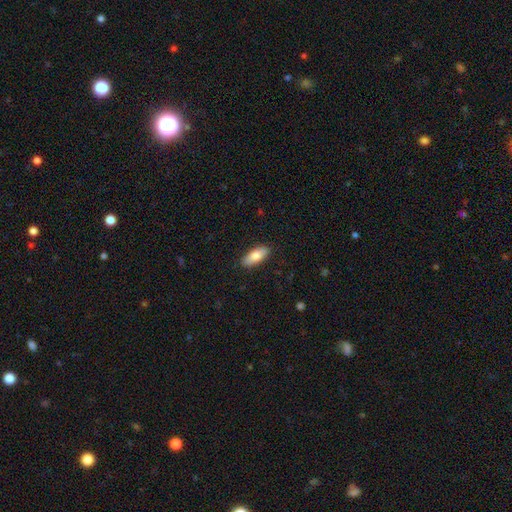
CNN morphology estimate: type=smooth (79%); roundness=in between (80%); merging=none (89%).